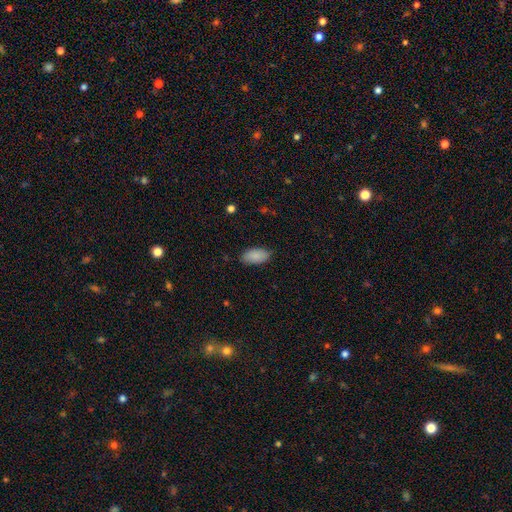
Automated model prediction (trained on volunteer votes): A smooth galaxy with no disk features (88%) that is in between round and cigar-shaped (94%).

Vote fractions:
- Smooth or featured? smooth: 88% / star or artifact: 7% / featured or disk: 5%
- How rounded? in between: 94% / cigar-shaped: 3% / round: 3%
- Merging? none: 79% / minor disturbance: 17% / major disturbance: 3% / merger: 1%